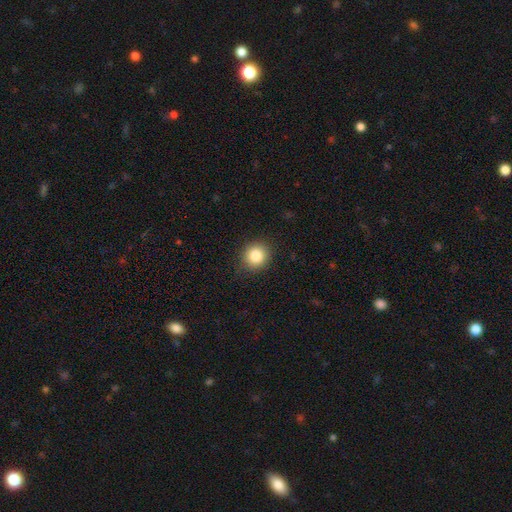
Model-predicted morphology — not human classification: Q: Smooth or featured?
A: smooth (85%); runner-up: star or artifact (10%)
Q: How rounded?
A: round (86%); runner-up: in between (13%)
Q: Merging?
A: none (88%); runner-up: minor disturbance (9%)